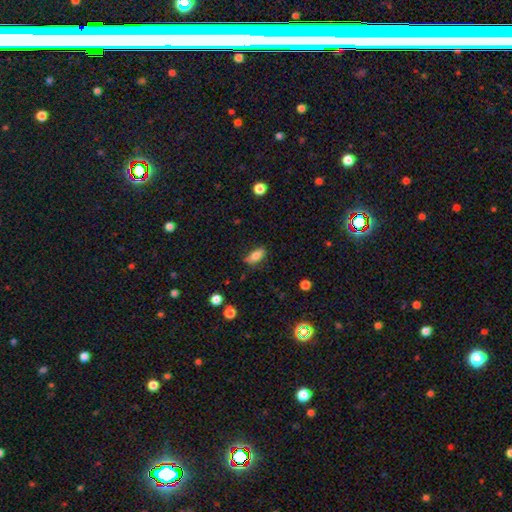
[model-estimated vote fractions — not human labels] Smooth or featured? Predicted: smooth (p=0.80). How rounded? Predicted: in between (p=0.84). Merging? Predicted: none (p=0.73).